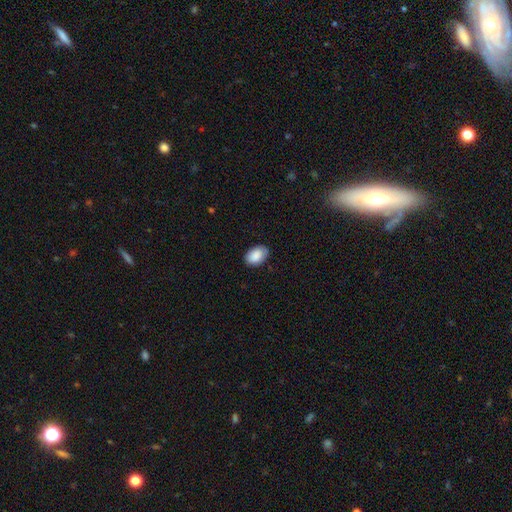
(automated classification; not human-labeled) smooth-or-featured: smooth: 89% | star or artifact: 6% | featured or disk: 5%
  how-rounded: in between: 89% | round: 10% | cigar-shaped: 1%
  merging: none: 83% | minor disturbance: 13% | major disturbance: 2% | merger: 1%